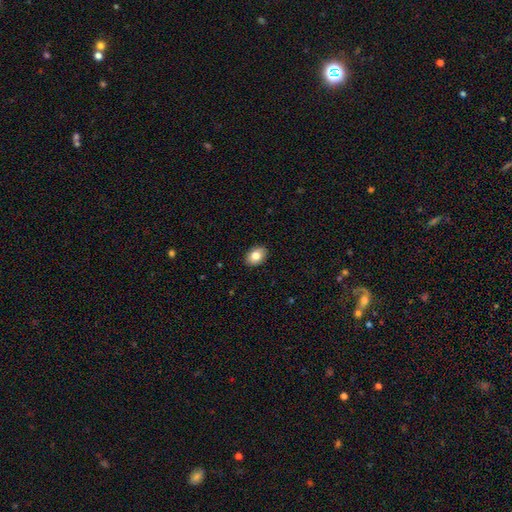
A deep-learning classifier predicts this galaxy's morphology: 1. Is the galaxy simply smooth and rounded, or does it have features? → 83% smooth, 9% featured or disk, 8% star or artifact.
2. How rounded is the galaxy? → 81% in between, 18% round, 1% cigar-shaped.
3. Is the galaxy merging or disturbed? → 90% none, 8% minor disturbance, 2% major disturbance, 1% merger.